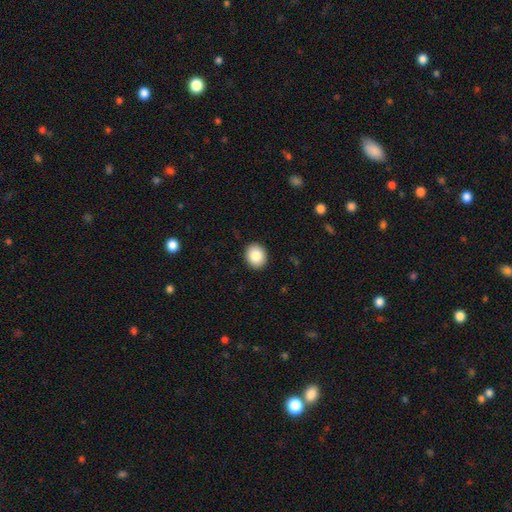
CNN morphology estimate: Smooth or featured: smooth — 85% (star or artifact — 8%)
How rounded: round — 60% (in between — 39%)
Merging: none — 92% (minor disturbance — 6%)